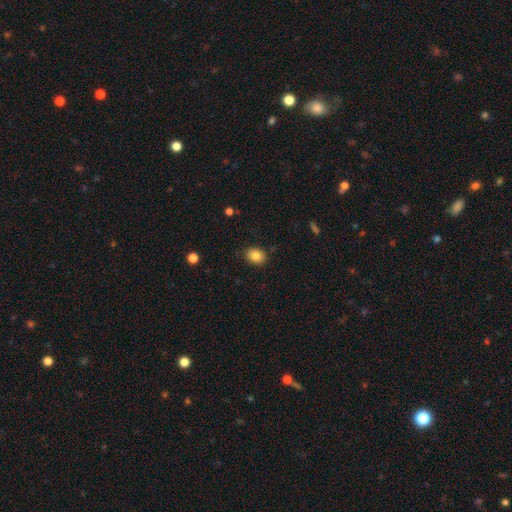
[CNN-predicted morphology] smooth_or_featured: smooth (p=0.84) [alt: star or artifact p=0.09]
how_rounded: in between (p=0.65) [alt: round p=0.34]
merging: none (p=0.85) [alt: minor disturbance p=0.11]